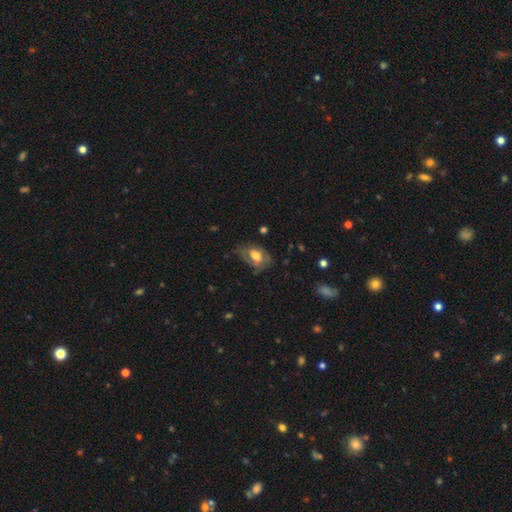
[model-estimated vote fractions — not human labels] Smooth or featured?
  - smooth: 48% *
  - featured or disk: 44%
  - star or artifact: 8%
Merging?
  - none: 43% *
  - minor disturbance: 32%
  - major disturbance: 23%
  - merger: 2%